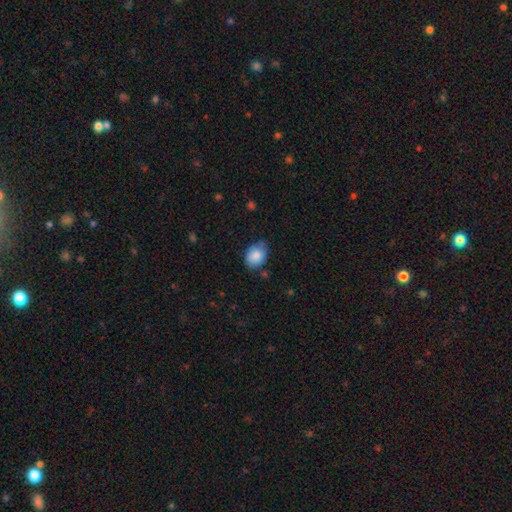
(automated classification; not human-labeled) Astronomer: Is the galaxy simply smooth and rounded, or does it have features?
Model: smooth — 83%.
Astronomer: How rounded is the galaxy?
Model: in between — 68%.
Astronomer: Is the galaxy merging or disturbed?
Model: none — 68%.